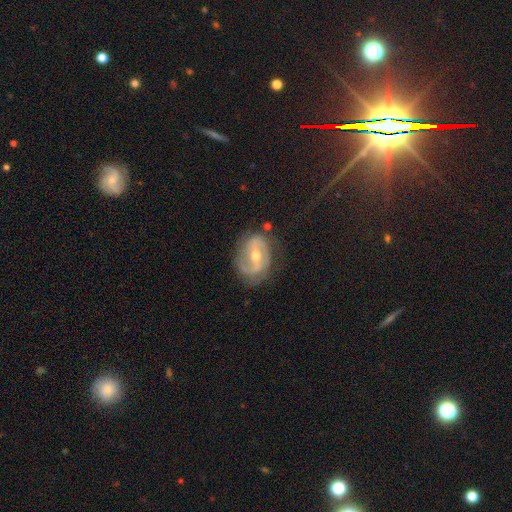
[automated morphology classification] type=featured or disk (81%); edge-on=no (96%); bar=weak (43%); spiral arms=yes (90%); winding=medium (44%); arm count=2 (75%); bulge=moderate (59%); merging=none (70%).